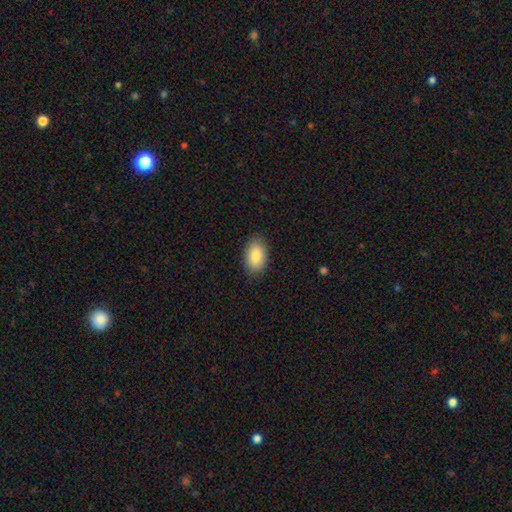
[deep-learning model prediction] Smooth or featured: smooth — 85% (featured or disk — 8%)
How rounded: in between — 93% (round — 6%)
Merging: none — 87% (minor disturbance — 10%)